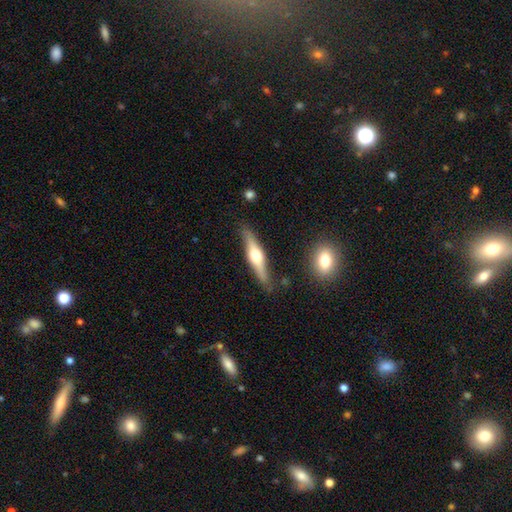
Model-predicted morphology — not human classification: Smooth or featured? Predicted: featured or disk (p=0.64). Edge-on disk? Predicted: yes (p=0.95). Edge-on bulge? Predicted: rounded (p=0.93). Merging? Predicted: none (p=0.83).